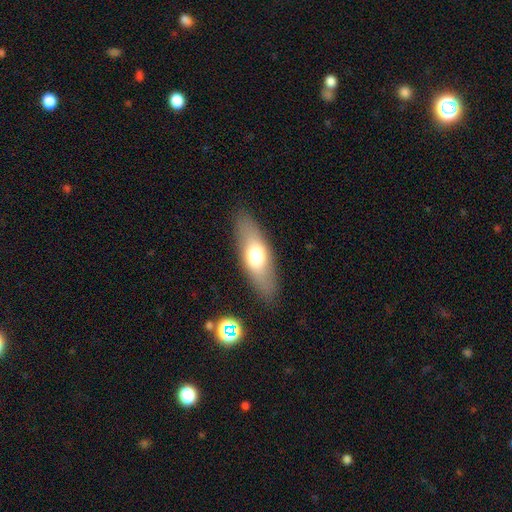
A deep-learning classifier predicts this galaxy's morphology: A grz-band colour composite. It shows a smooth galaxy with no disk features (63%) that is in between round and cigar-shaped (66%). Merging: none (85%).